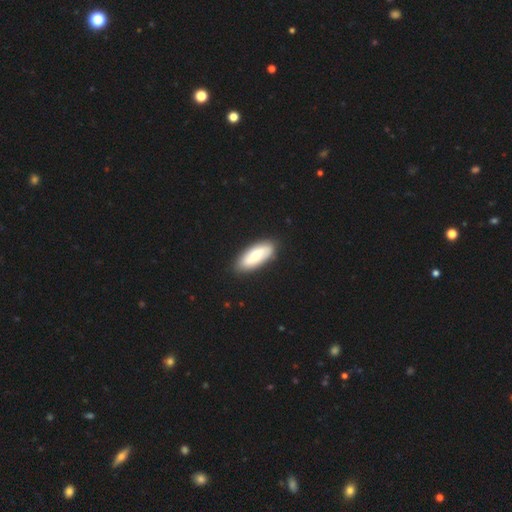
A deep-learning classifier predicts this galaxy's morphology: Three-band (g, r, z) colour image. It shows a smooth galaxy with no disk features (64%) that is in between round and cigar-shaped (79%). Merging: none (88%).